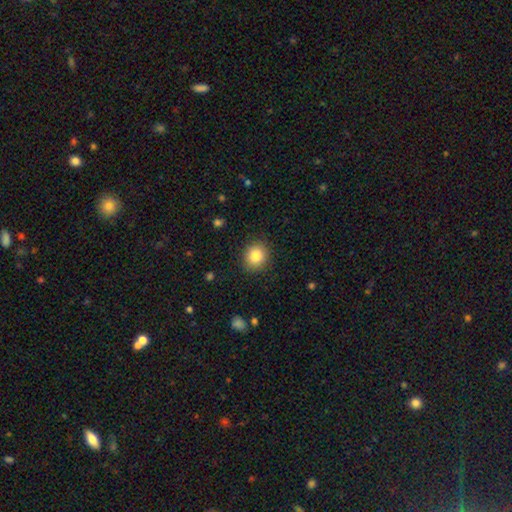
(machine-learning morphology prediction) smooth-or-featured: smooth: 83% | star or artifact: 10% | featured or disk: 7%
  how-rounded: round: 81% | in between: 18% | cigar-shaped: 1%
  merging: none: 89% | minor disturbance: 7% | major disturbance: 2% | merger: 1%